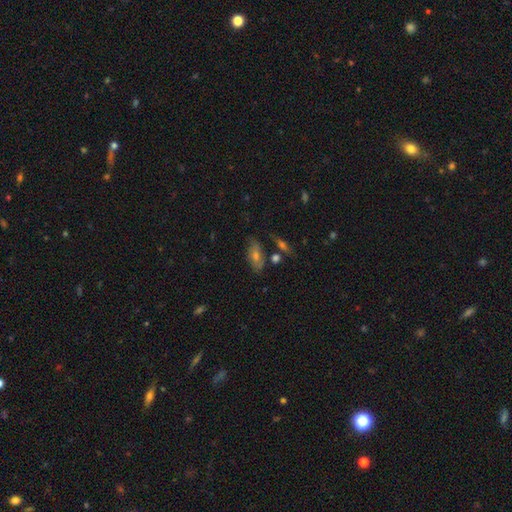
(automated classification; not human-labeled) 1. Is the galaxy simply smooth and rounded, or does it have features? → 48% smooth, 38% featured or disk, 13% star or artifact.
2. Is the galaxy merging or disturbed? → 69% none, 16% minor disturbance, 10% merger, 5% major disturbance.